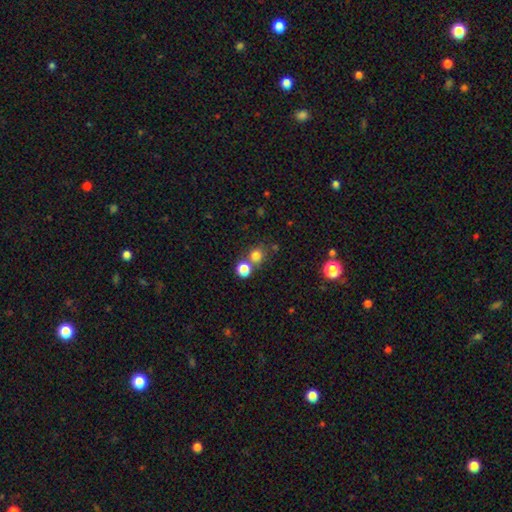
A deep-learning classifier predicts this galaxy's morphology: Overall: smooth (78%). How rounded: round (85%). Merging: none (60%; merger 29%).